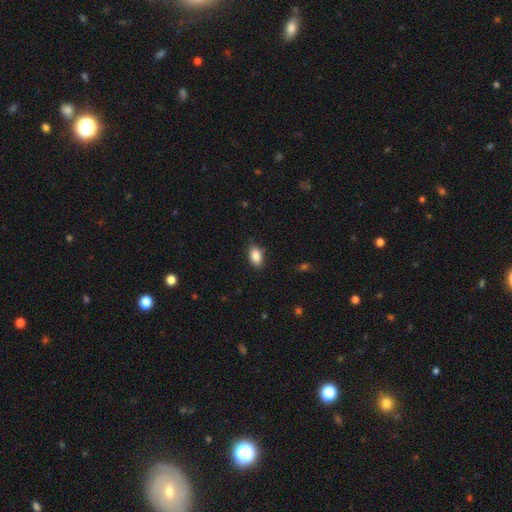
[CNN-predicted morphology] Smooth or featured? smooth (87%)
How rounded? in between (91%)
Merging? none (81%)